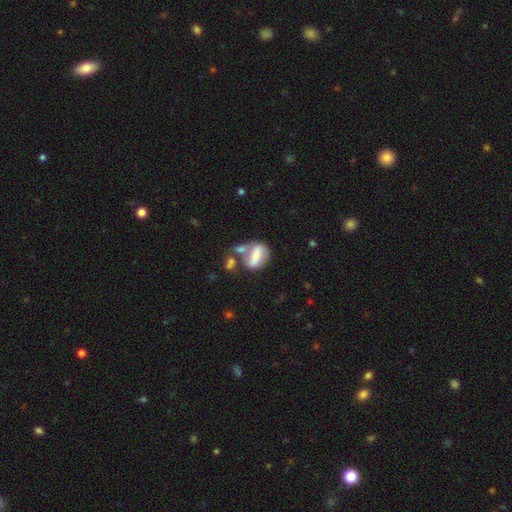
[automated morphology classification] A smooth galaxy with no disk features (51%) that is in between round and cigar-shaped (72%).

Vote fractions:
- Smooth or featured? smooth: 51% / featured or disk: 42% / star or artifact: 8%
- How rounded? in between: 72% / round: 22% / cigar-shaped: 6%
- Merging? none: 37% / merger: 34% / minor disturbance: 18% / major disturbance: 11%